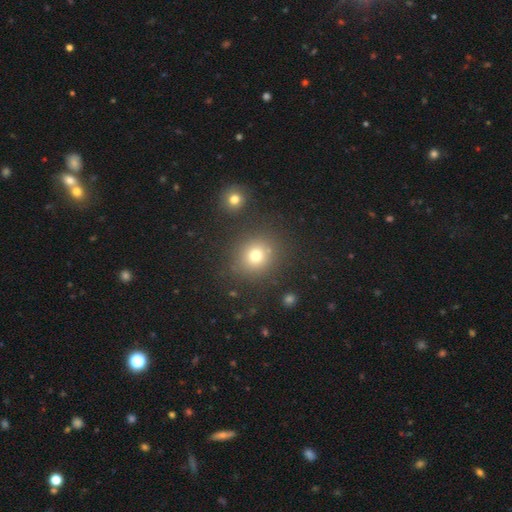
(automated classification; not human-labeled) Smooth or featured: smooth — 74% (star or artifact — 17%)
How rounded: round — 84% (in between — 15%)
Merging: none — 82% (minor disturbance — 8%)